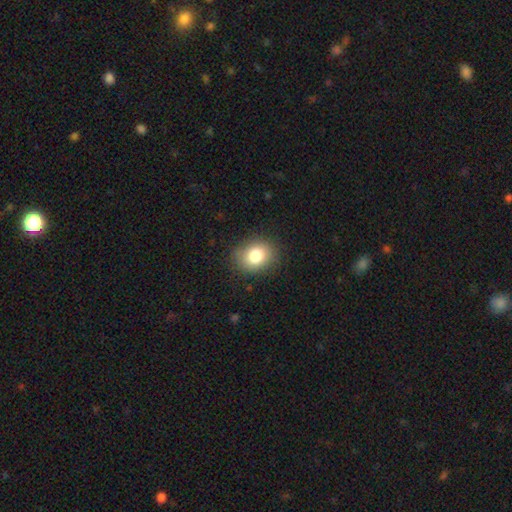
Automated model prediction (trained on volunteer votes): Overall: smooth (81%). How rounded: round (51%; in between 48%). Merging: none (87%).